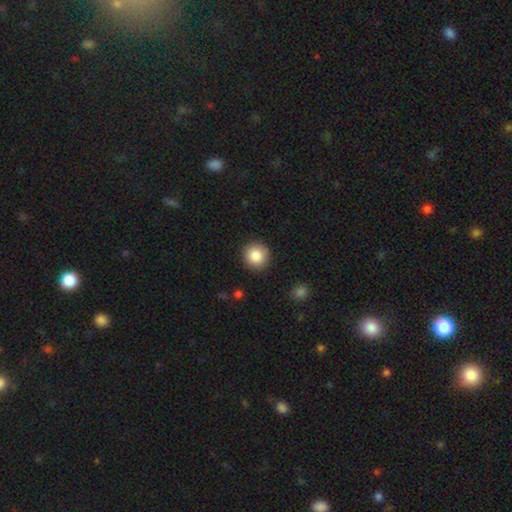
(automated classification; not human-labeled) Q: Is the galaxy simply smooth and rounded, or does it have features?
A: smooth — 86%.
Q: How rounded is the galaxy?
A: round — 94%.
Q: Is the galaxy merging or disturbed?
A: none — 90%.